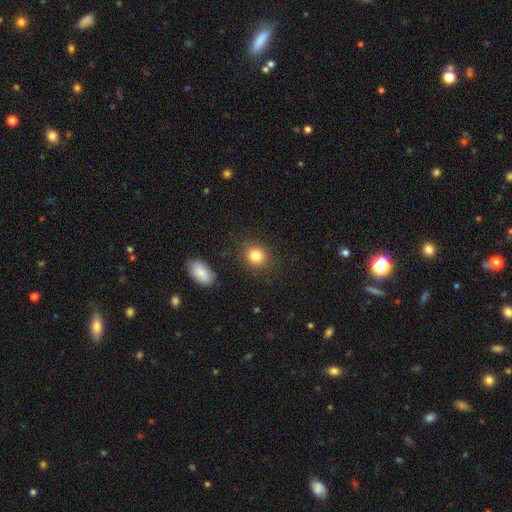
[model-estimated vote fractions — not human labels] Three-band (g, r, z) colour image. It shows a smooth galaxy with no disk features (83%) that is round (74%). Merging: none (85%).